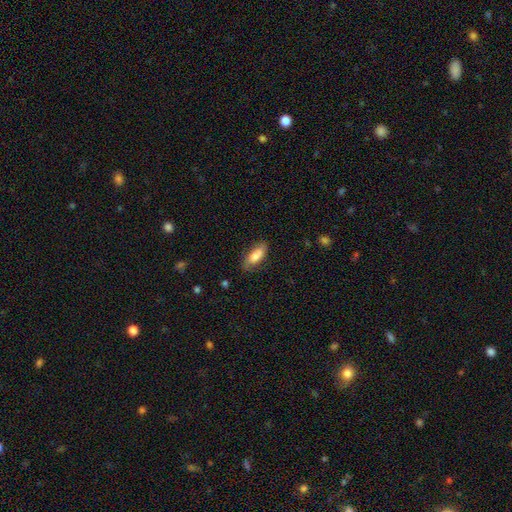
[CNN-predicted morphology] Overall: smooth (73%). How rounded: in between (80%). Merging: none (73%).